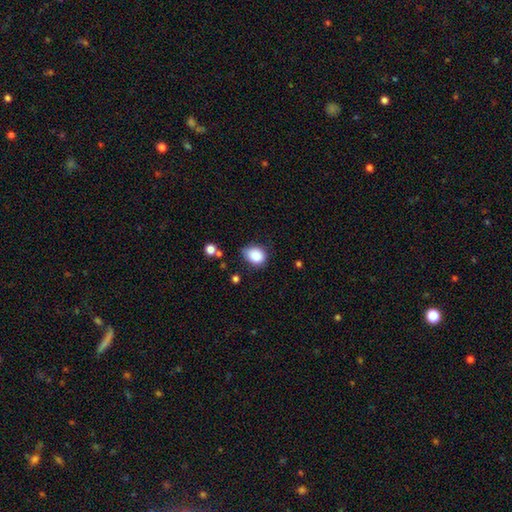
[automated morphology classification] A smooth galaxy with no disk features (86%) that is in between round and cigar-shaped (54%). Merging: none (65%).